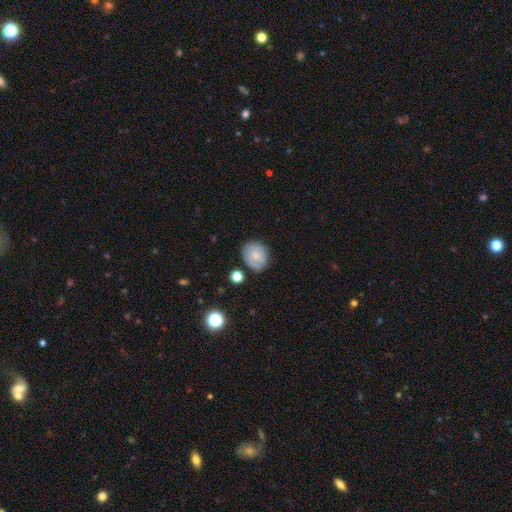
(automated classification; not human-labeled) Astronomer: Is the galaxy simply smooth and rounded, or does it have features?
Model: smooth — 60%.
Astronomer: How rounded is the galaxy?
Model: round — 64%.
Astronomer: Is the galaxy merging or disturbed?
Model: none — 73%.